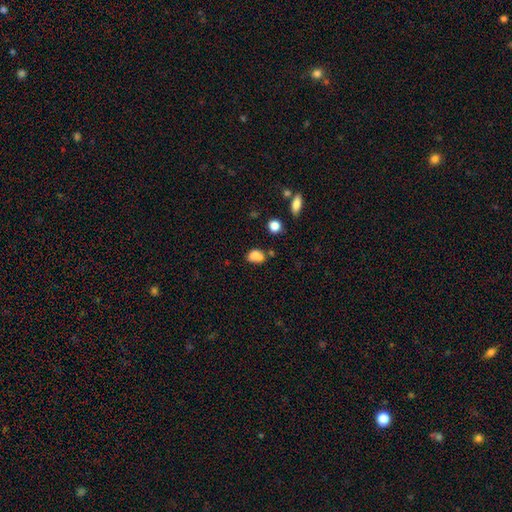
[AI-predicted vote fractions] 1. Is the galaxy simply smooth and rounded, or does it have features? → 77% smooth, 12% featured or disk, 11% star or artifact.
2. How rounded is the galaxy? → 69% in between, 29% round, 2% cigar-shaped.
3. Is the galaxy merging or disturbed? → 43% none, 27% merger, 21% minor disturbance, 8% major disturbance.